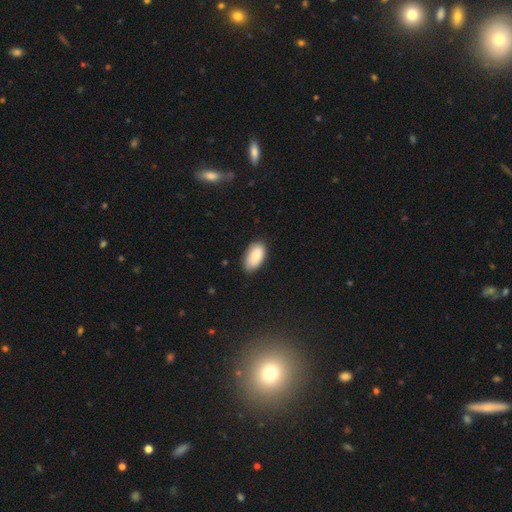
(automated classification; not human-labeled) smooth_or_featured: smooth (p=0.86) [alt: featured or disk p=0.07]
how_rounded: in between (p=0.95) [alt: round p=0.03]
merging: none (p=0.78) [alt: minor disturbance p=0.18]